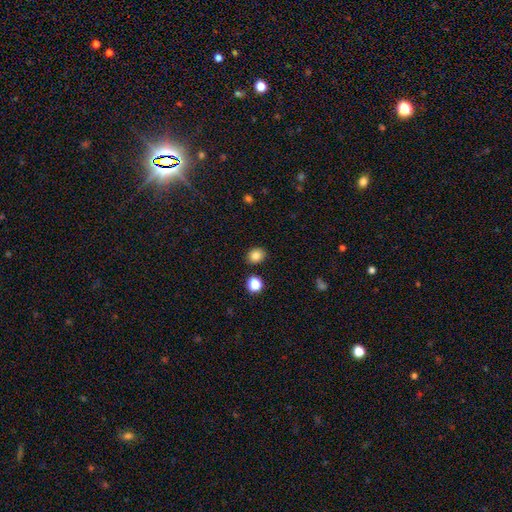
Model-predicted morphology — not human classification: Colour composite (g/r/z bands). It shows a smooth galaxy with no disk features (83%) that is round (60%). Merging: none (87%).